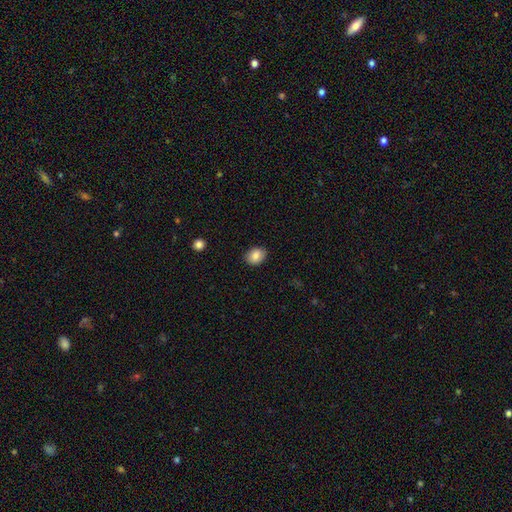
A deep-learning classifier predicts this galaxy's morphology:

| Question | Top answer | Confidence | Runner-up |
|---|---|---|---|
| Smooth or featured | smooth | 85% | star or artifact (8%) |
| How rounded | in between | 63% | round (36%) |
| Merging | none | 87% | minor disturbance (10%) |